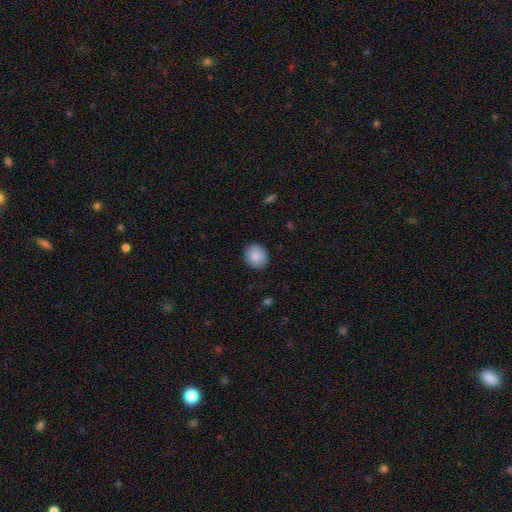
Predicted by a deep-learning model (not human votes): Morphology: type=smooth (88%); roundness=round (79%); merging=none (89%).